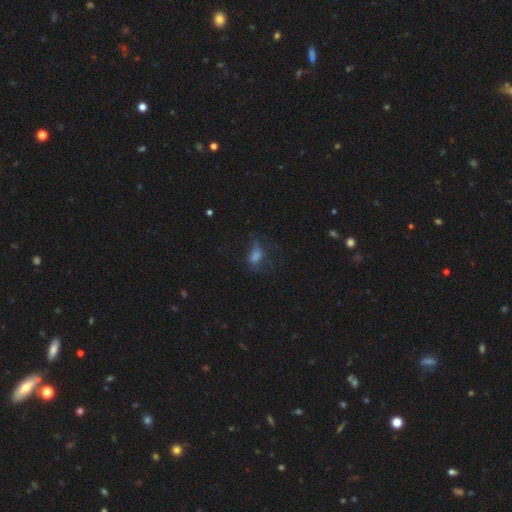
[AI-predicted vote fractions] This is possibly a smooth galaxy (49%). Merging: marginally none (42%).